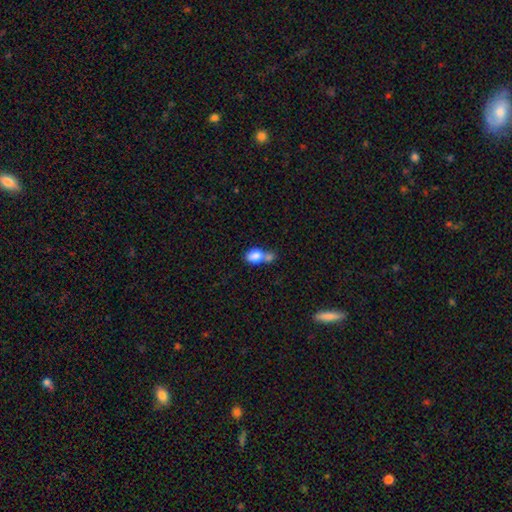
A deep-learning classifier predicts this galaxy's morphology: Smooth or featured? smooth (81%)
How rounded? in between (71%)
Merging? merger (58%)